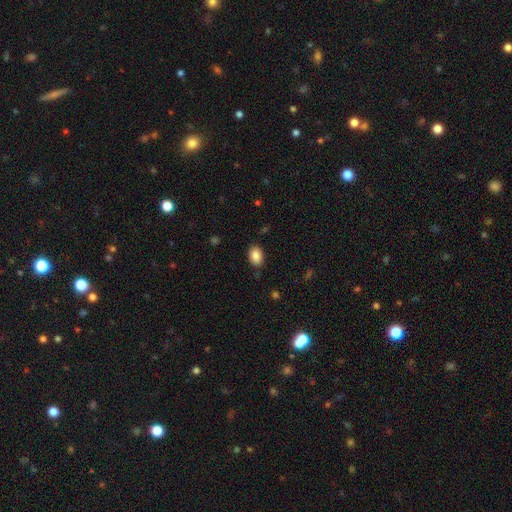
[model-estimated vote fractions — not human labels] Overall: smooth (88%). How rounded: in between (86%). Merging: none (85%).